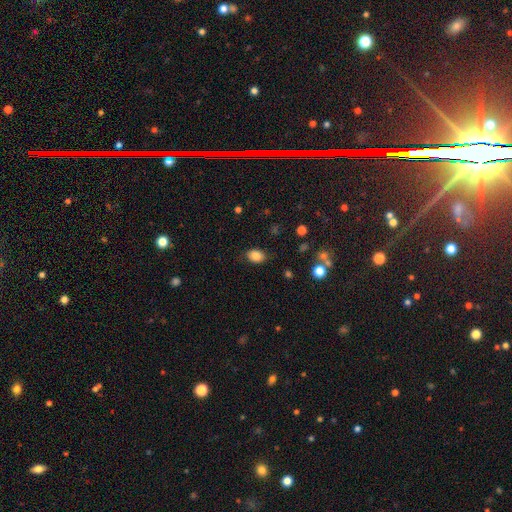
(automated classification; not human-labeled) Smooth or featured? smooth (84%)
How rounded? in between (78%)
Merging? none (81%)